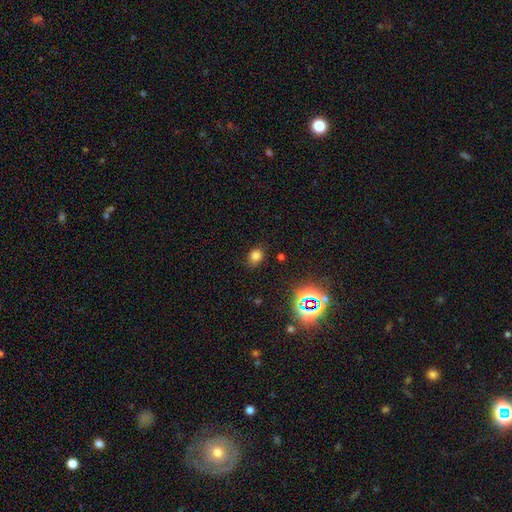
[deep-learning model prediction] Smooth or featured?
  - smooth: 75% *
  - star or artifact: 20%
  - featured or disk: 6%
How rounded?
  - in between: 57% *
  - round: 42%
  - cigar-shaped: 1%
Merging?
  - none: 81% *
  - minor disturbance: 14%
  - major disturbance: 4%
  - merger: 2%